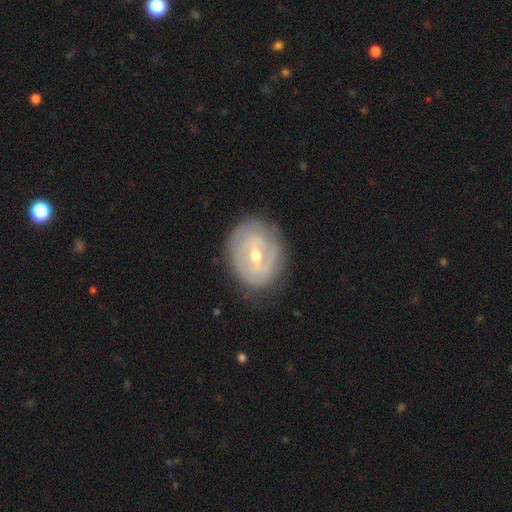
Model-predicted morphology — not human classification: Smooth or featured? featured or disk (74%)
Edge-on disk? no (95%)
Bar? weak (50%)
Spiral arms? yes (64%)
Bulge size? moderate (60%)
Merging? none (78%)